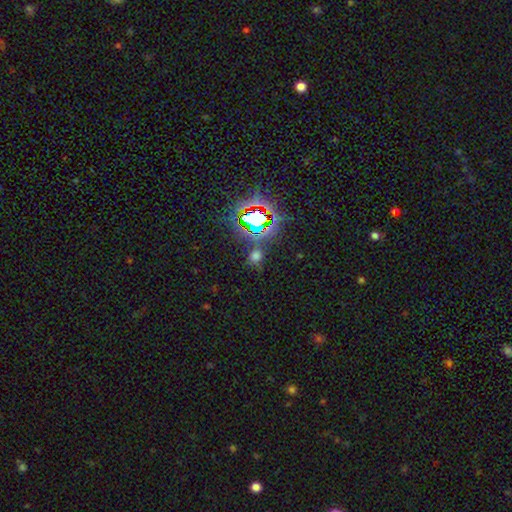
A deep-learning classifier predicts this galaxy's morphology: Smooth or featured?
  - star or artifact: 50% *
  - smooth: 42%
  - featured or disk: 8%